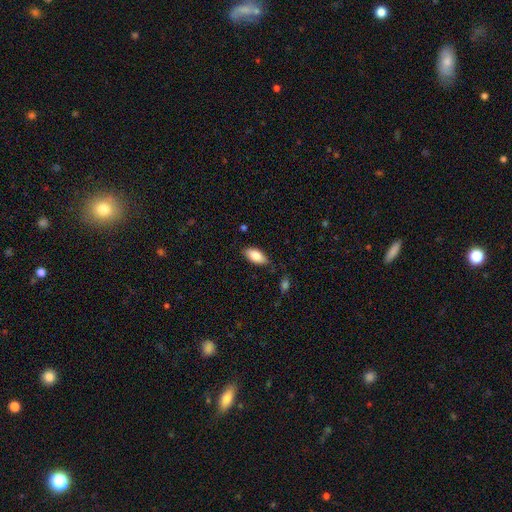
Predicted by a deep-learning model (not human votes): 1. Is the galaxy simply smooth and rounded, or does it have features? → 83% smooth, 10% featured or disk, 7% star or artifact.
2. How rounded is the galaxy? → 90% in between, 8% cigar-shaped, 2% round.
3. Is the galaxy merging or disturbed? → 79% none, 16% minor disturbance, 3% major disturbance, 2% merger.